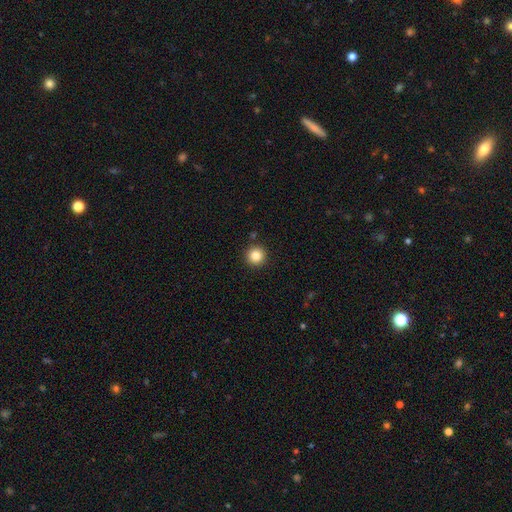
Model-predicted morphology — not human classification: A smooth galaxy with no disk features (84%) that is round (96%). Merging: none (91%).